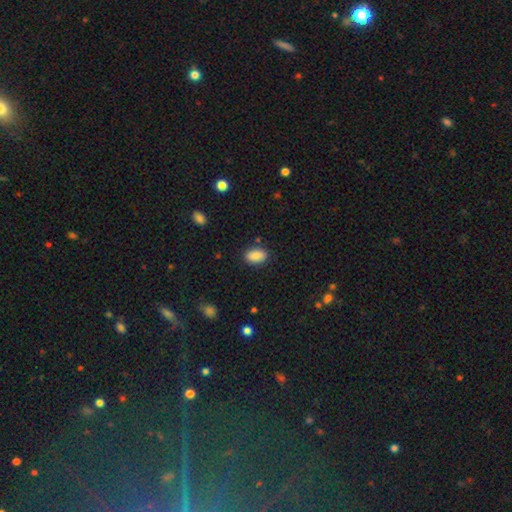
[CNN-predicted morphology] smooth_or_featured: smooth (p=0.89) [alt: star or artifact p=0.07]
how_rounded: in between (p=0.90) [alt: round p=0.08]
merging: none (p=0.85) [alt: minor disturbance p=0.11]